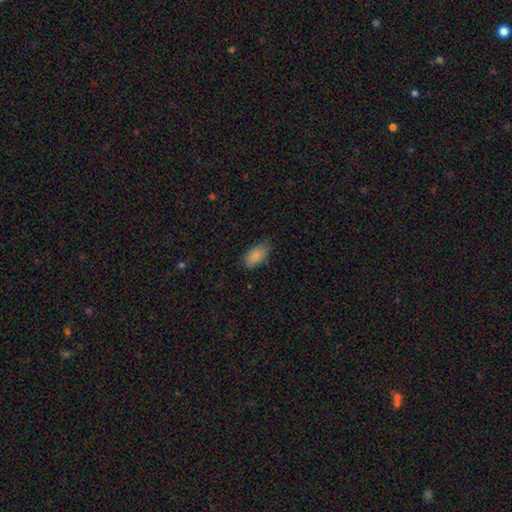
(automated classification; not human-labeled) This is clearly a smooth galaxy (87%). How rounded: clearly in between (92%). Merging: likely none (75%).